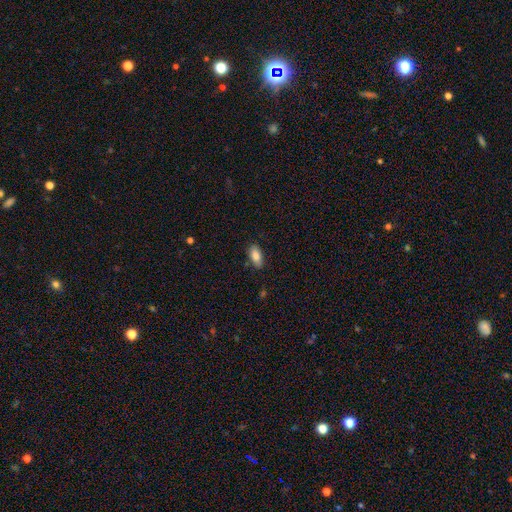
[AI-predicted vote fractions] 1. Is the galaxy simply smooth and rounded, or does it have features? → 84% smooth, 9% featured or disk, 7% star or artifact.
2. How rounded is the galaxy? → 90% in between, 7% cigar-shaped, 3% round.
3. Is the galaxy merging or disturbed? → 82% none, 14% minor disturbance, 3% major disturbance, 2% merger.